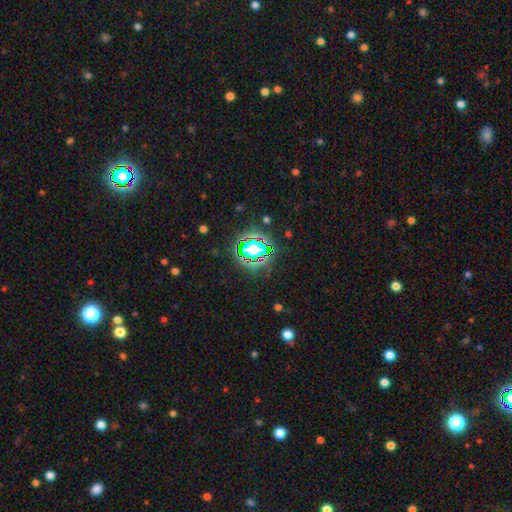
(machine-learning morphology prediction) Smooth or featured? Predicted: star or artifact (p=0.82).